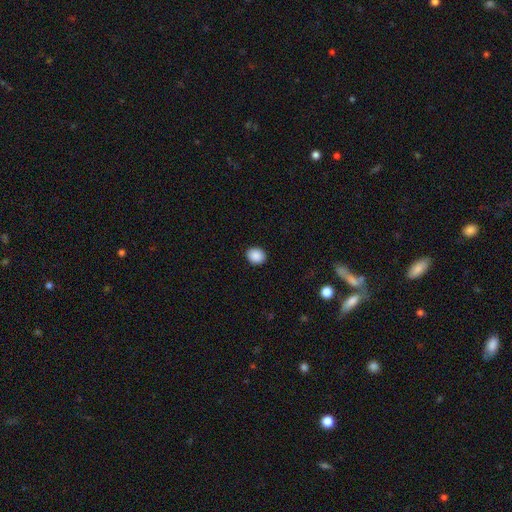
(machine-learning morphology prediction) smooth_or_featured: smooth (p=0.90) [alt: star or artifact p=0.08]
how_rounded: round (p=0.54) [alt: in between p=0.45]
merging: none (p=0.90) [alt: minor disturbance p=0.07]